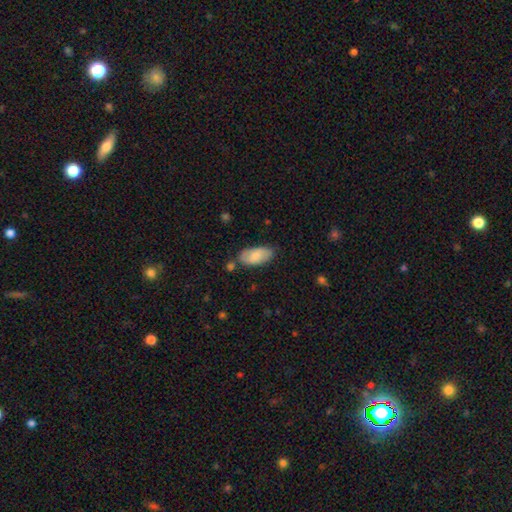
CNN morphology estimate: A smooth galaxy with no disk features (74%) that is in between round and cigar-shaped (93%). Merging: none (74%).